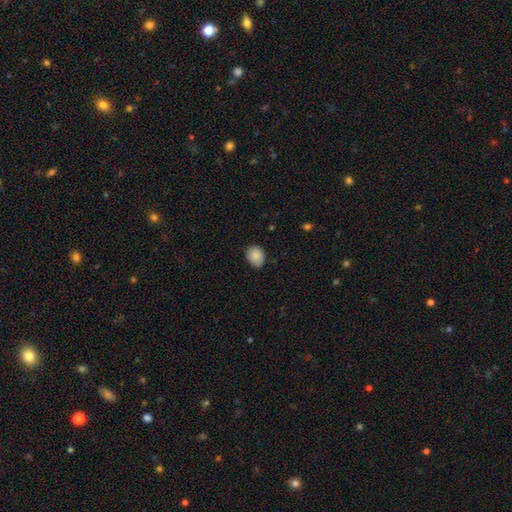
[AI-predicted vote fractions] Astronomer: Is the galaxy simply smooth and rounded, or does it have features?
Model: smooth — 88%.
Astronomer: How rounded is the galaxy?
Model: in between — 56% (runner-up: round, 43%).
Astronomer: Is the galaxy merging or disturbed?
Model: none — 79%.